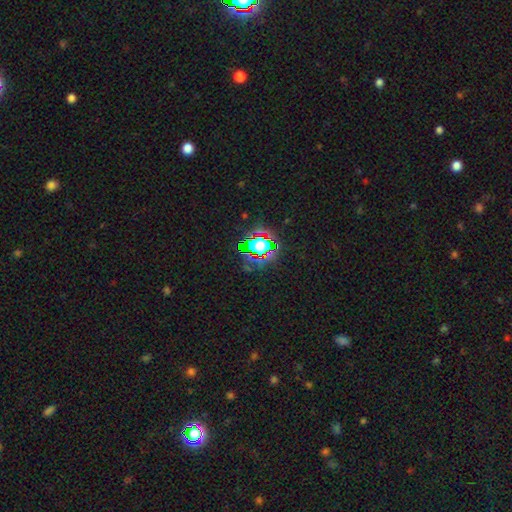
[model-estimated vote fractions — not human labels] smooth-or-featured: star or artifact: 80% | smooth: 12% | featured or disk: 8%